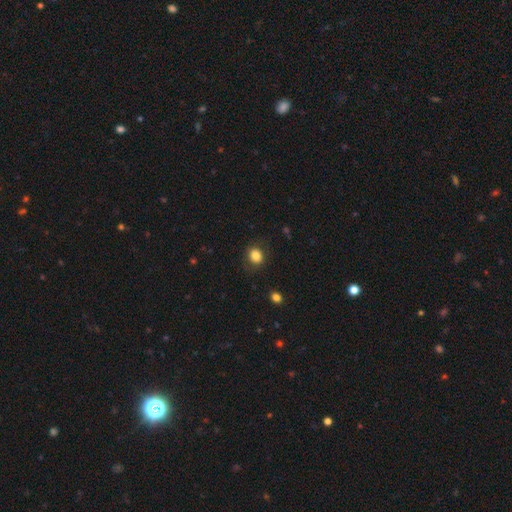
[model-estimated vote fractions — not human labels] This appears to be a smooth galaxy with no disk features (83%) that is round (68%). Merging: none (81%).